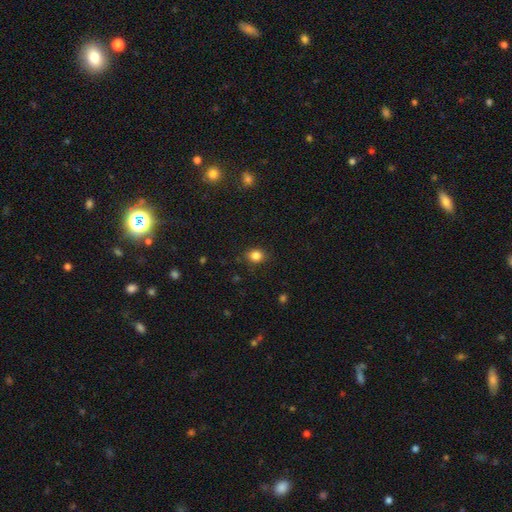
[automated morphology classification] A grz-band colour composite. It shows a smooth galaxy with no disk features (85%) that is round (62%). Merging: none (86%).